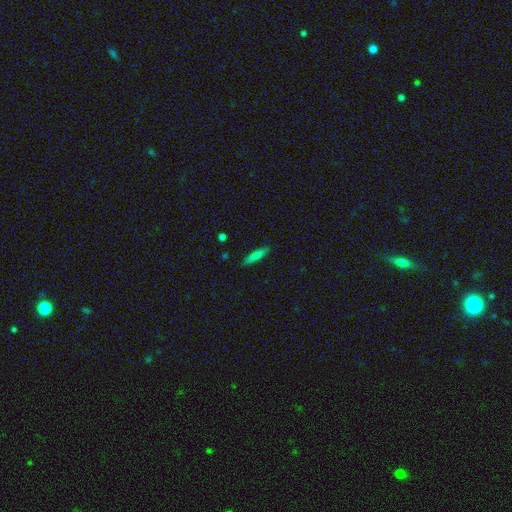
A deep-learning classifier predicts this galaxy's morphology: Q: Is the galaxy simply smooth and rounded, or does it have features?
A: smooth — 74%.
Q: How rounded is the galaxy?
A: cigar-shaped — 84%.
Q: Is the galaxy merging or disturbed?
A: none — 88%.